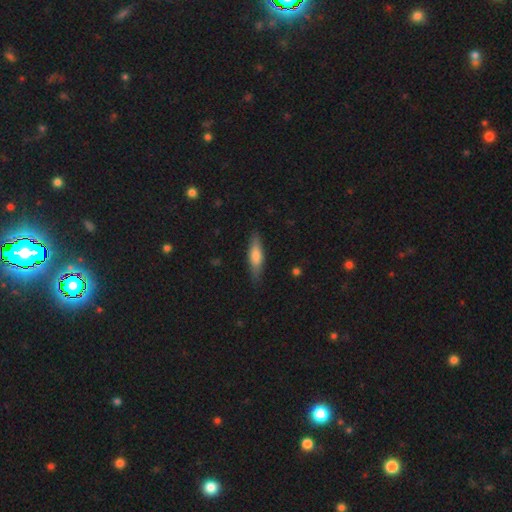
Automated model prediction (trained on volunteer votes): smooth-or-featured: smooth: 69% | featured or disk: 25% | star or artifact: 6%
  how-rounded: cigar-shaped: 65% | in between: 33% | round: 2%
  merging: none: 83% | minor disturbance: 13% | major disturbance: 3% | merger: 1%